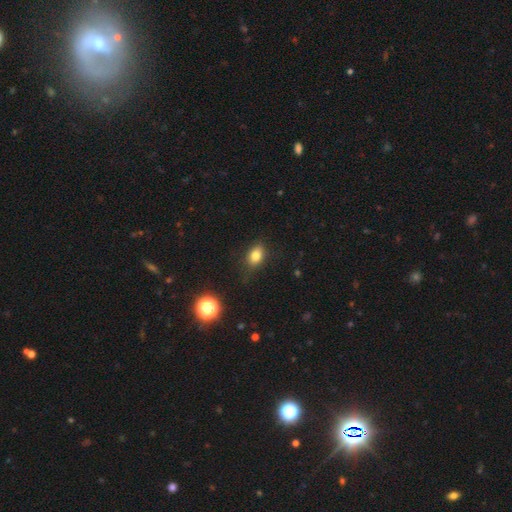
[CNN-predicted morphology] Smooth or featured? smooth (80%)
How rounded? in between (75%)
Merging? none (80%)